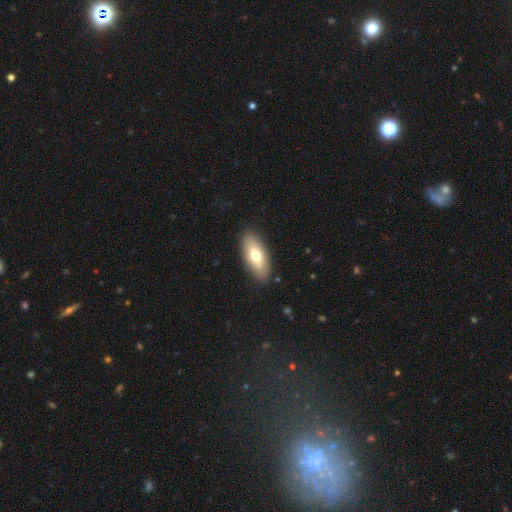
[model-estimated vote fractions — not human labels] smooth_or_featured: smooth (p=0.71) [alt: featured or disk p=0.23]
how_rounded: in between (p=0.85) [alt: cigar-shaped p=0.13]
merging: none (p=0.87) [alt: minor disturbance p=0.10]